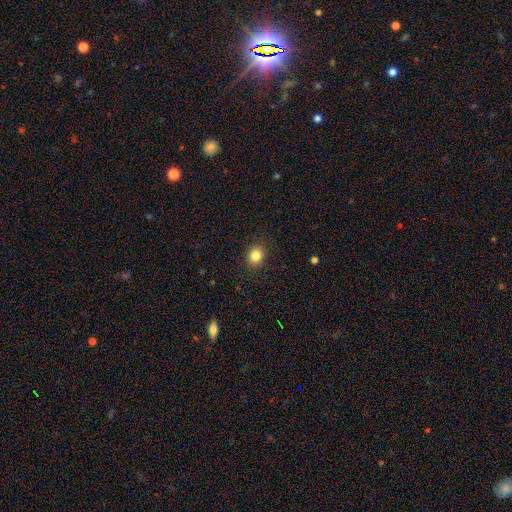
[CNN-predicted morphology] The model was most divided on "how rounded": round: 71%, in between: 28%, cigar-shaped: 1%. More confident: merging — none (89%); smooth or featured — smooth (84%).